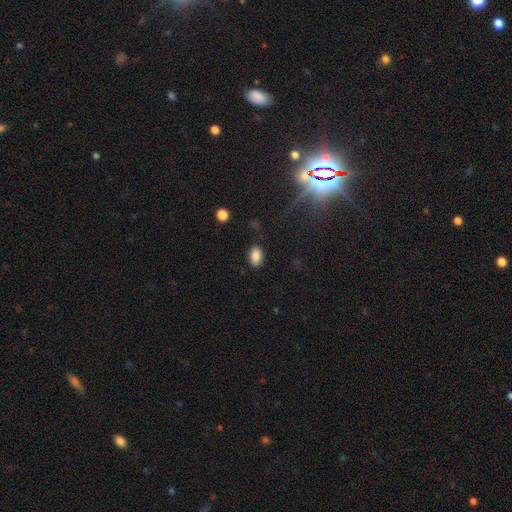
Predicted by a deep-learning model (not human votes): This appears to be a smooth galaxy with no disk features (84%) that is in between round and cigar-shaped (88%). Merging: none (84%).